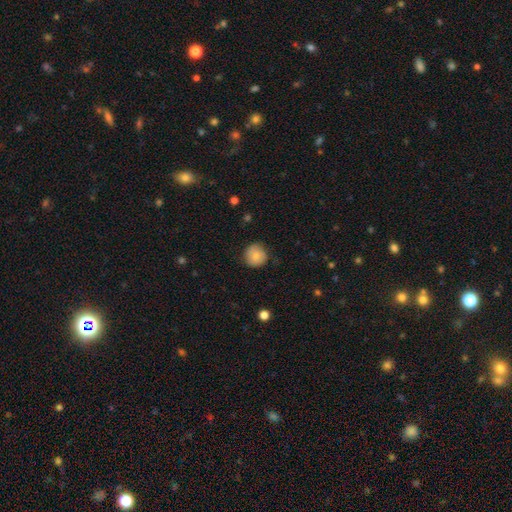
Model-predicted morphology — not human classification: This is likely a smooth galaxy (79%). How rounded: clearly round (91%). Merging: likely none (80%).